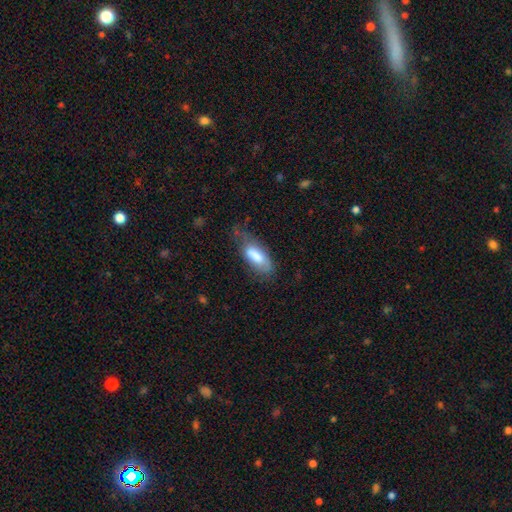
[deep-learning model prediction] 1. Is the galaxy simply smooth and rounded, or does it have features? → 72% smooth, 22% featured or disk, 6% star or artifact.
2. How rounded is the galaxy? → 82% in between, 16% cigar-shaped, 2% round.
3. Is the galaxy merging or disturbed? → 42% none, 35% minor disturbance, 21% major disturbance, 2% merger.